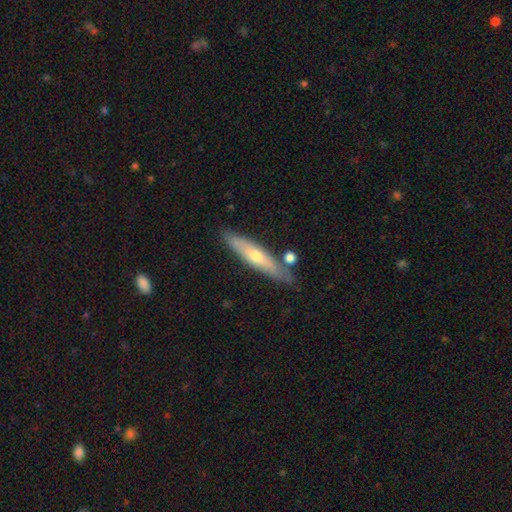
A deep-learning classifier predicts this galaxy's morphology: Overall: smooth (48%; featured or disk 46%). Merging: none (78%).